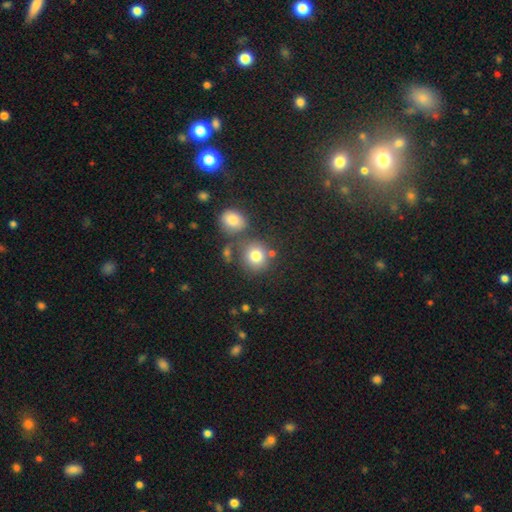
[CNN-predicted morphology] smooth_or_featured: smooth (p=0.79) [alt: star or artifact p=0.12]
how_rounded: round (p=0.84) [alt: in between p=0.15]
merging: none (p=0.66) [alt: merger p=0.19]